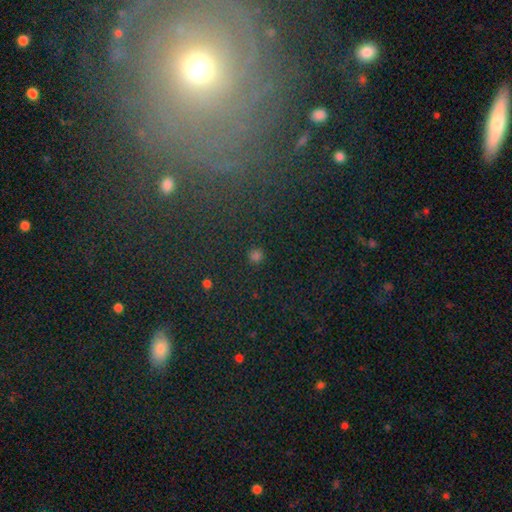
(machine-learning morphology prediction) Smooth or featured?
  - star or artifact: 48% *
  - smooth: 34%
  - featured or disk: 18%